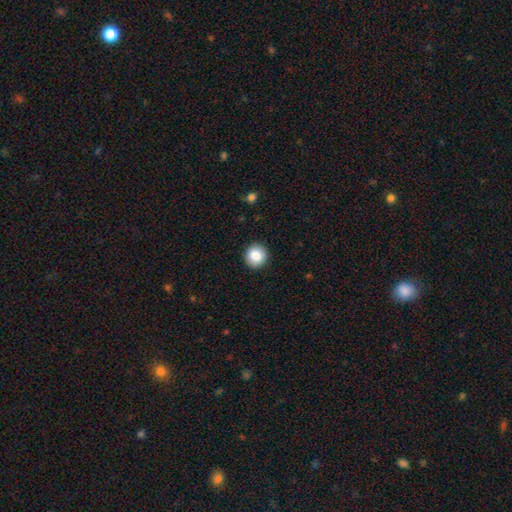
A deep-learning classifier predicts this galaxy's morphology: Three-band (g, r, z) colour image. It shows a smooth galaxy with no disk features (86%) that is round (90%). Merging: none (92%).